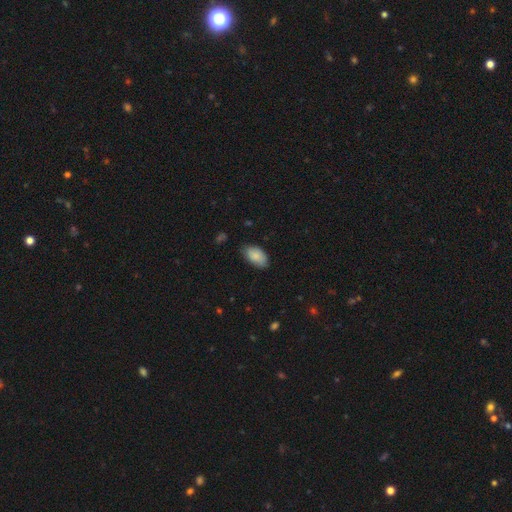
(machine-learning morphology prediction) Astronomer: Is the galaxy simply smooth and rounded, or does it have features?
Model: smooth — 87%.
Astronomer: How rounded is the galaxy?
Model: in between — 94%.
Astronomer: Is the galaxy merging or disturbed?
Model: none — 76%.